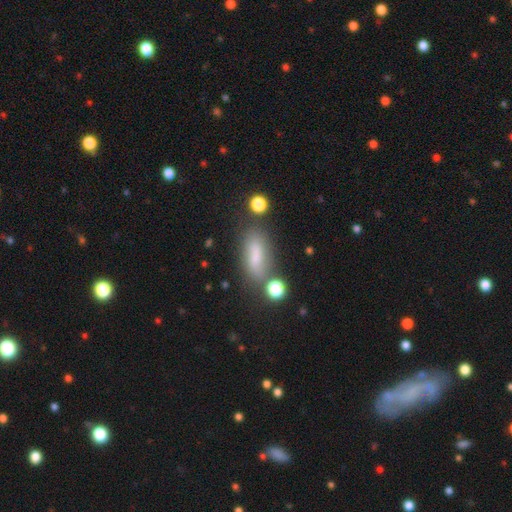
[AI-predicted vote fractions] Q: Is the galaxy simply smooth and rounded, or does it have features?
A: smooth — 67%.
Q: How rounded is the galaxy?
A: in between — 64%.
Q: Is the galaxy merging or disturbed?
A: none — 63%.